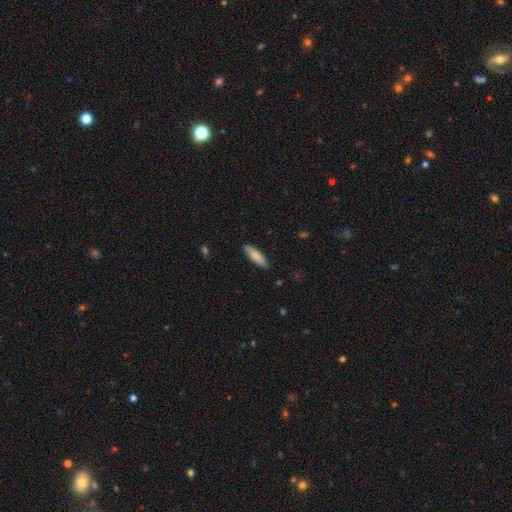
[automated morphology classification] smooth 82%, featured or disk 13%, star or artifact 6%. Down the decision tree: how rounded — cigar-shaped (53%); merging — none (85%).